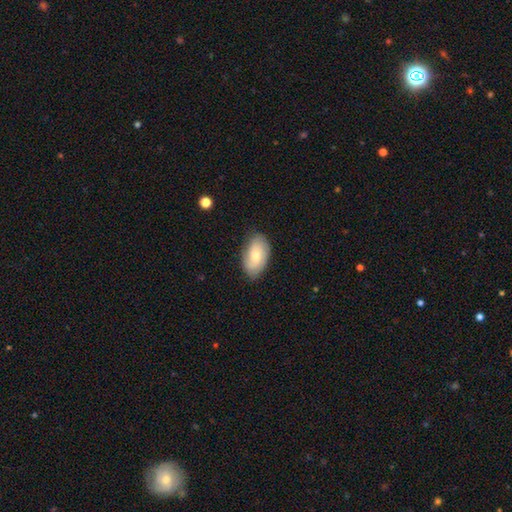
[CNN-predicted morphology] smooth 62%, featured or disk 32%, star or artifact 6%. Down the decision tree: how rounded — in between (92%); merging — none (79%).